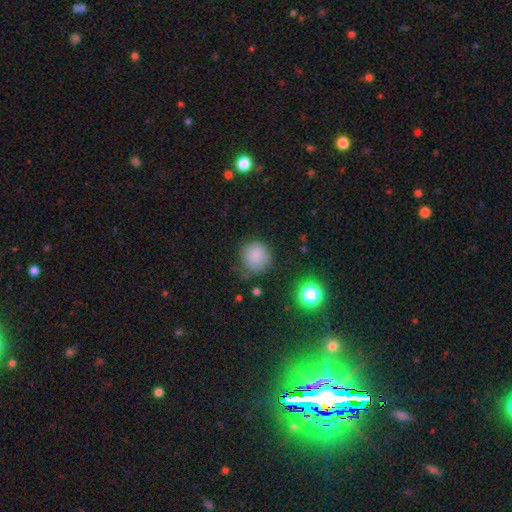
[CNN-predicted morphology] smooth-or-featured: smooth: 84% | star or artifact: 11% | featured or disk: 5%
  how-rounded: round: 91% | in between: 8% | cigar-shaped: 1%
  merging: none: 74% | minor disturbance: 18% | major disturbance: 5% | merger: 3%